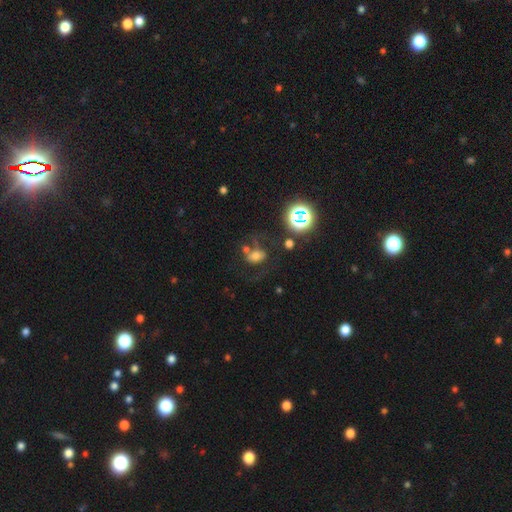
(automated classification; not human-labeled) Q: Smooth or featured?
A: smooth (45%); runner-up: featured or disk (32%)
Q: Merging?
A: none (39%); runner-up: major disturbance (24%)